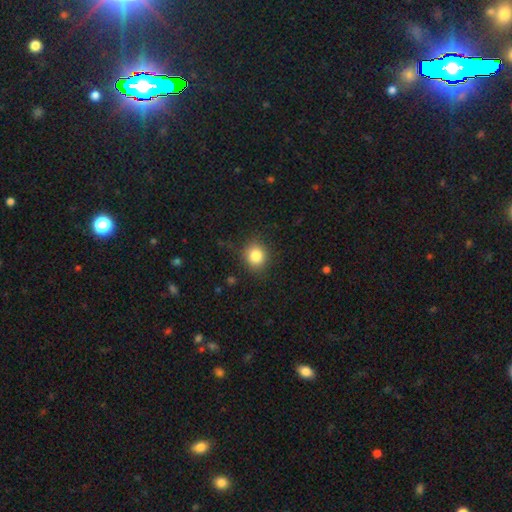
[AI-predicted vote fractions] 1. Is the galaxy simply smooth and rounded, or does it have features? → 83% smooth, 11% star or artifact, 6% featured or disk.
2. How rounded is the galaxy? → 79% round, 20% in between, 1% cigar-shaped.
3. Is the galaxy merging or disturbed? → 83% none, 12% minor disturbance, 3% major disturbance, 1% merger.